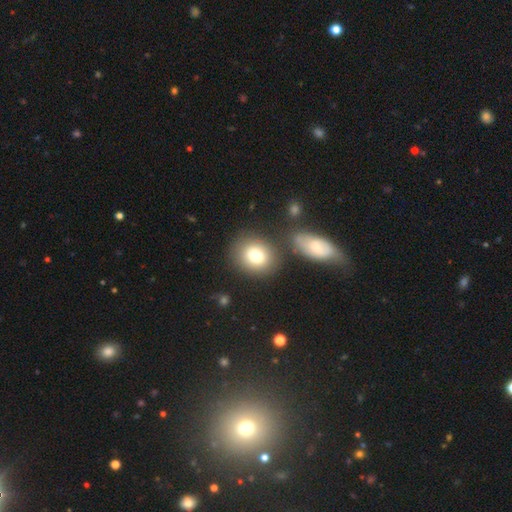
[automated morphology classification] Smooth or featured?
  - smooth: 80% *
  - featured or disk: 11%
  - star or artifact: 9%
How rounded?
  - round: 64% *
  - in between: 35%
  - cigar-shaped: 1%
Merging?
  - none: 72% *
  - merger: 13%
  - minor disturbance: 11%
  - major disturbance: 4%